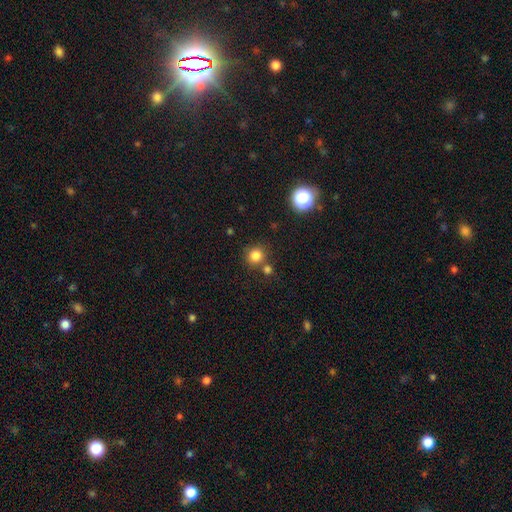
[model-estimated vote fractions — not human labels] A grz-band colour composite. It shows a smooth galaxy with no disk features (82%) that is round (90%). Merging: none (73%).